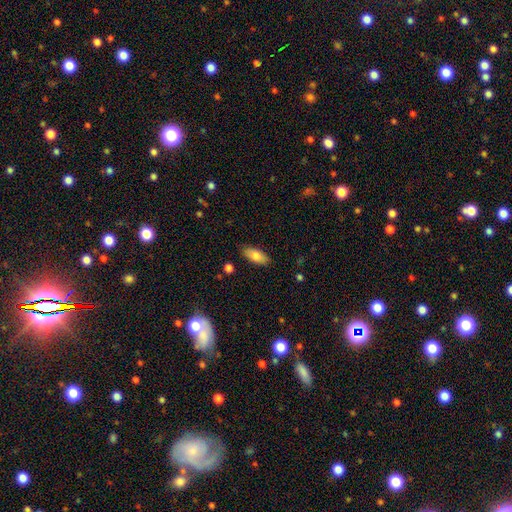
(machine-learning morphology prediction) Q: Smooth or featured?
A: smooth (82%); runner-up: featured or disk (12%)
Q: How rounded?
A: in between (85%); runner-up: cigar-shaped (13%)
Q: Merging?
A: none (87%); runner-up: minor disturbance (10%)